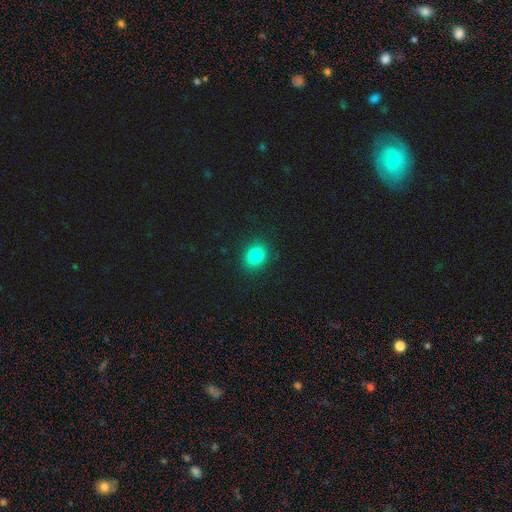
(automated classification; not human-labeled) A smooth galaxy with no disk features (83%) that is round (55%). Merging: none (87%).